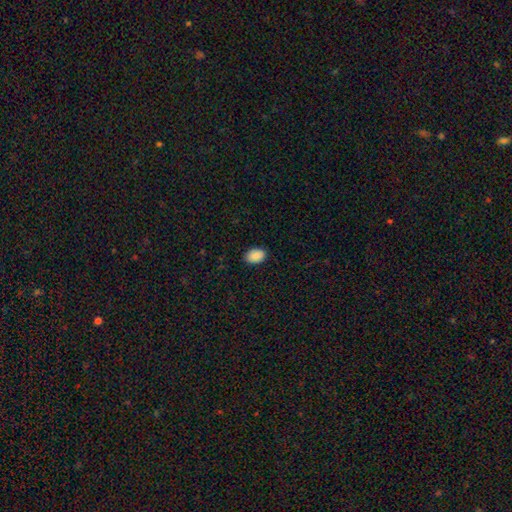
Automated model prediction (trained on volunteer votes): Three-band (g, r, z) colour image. It shows a smooth galaxy with no disk features (90%) that is in between round and cigar-shaped (85%). Merging: none (89%).